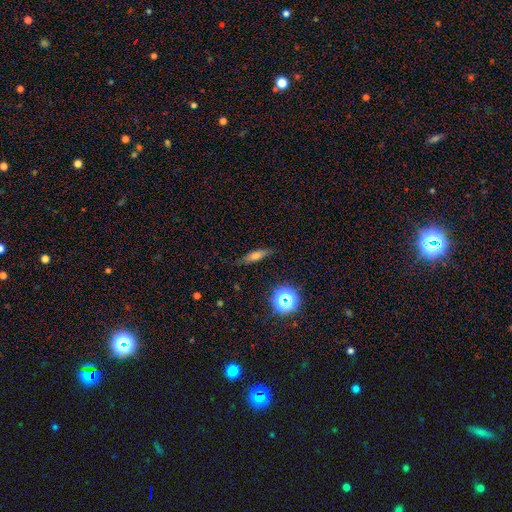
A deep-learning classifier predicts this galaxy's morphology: Smooth or featured?
  - smooth: 62% *
  - featured or disk: 24%
  - star or artifact: 14%
How rounded?
  - cigar-shaped: 59% *
  - in between: 35%
  - round: 6%
Merging?
  - none: 79% *
  - minor disturbance: 16%
  - major disturbance: 4%
  - merger: 2%